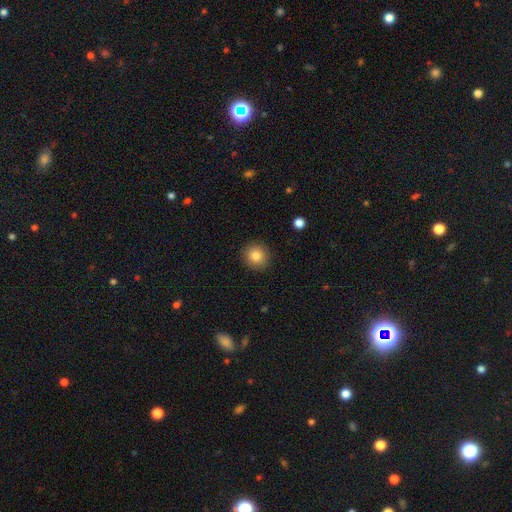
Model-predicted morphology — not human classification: Smooth or featured: smooth — 84% (star or artifact — 9%)
How rounded: round — 90% (in between — 9%)
Merging: none — 90% (minor disturbance — 7%)